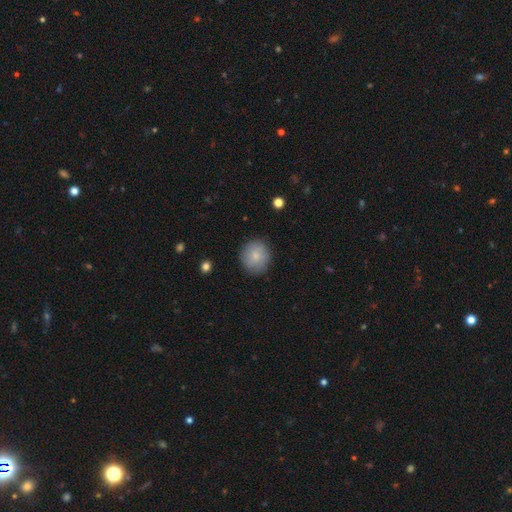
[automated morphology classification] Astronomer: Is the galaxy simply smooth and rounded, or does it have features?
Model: smooth — 80%.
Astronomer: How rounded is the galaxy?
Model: round — 90%.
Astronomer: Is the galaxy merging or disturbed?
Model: none — 85%.